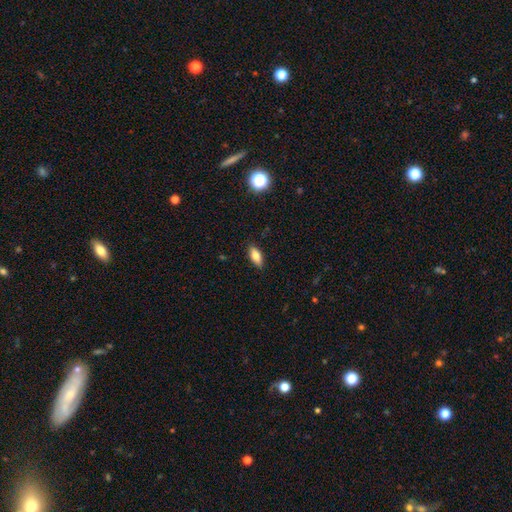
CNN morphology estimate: The model was most divided on "smooth or featured": smooth: 74%, featured or disk: 18%, star or artifact: 8%. More confident: merging — none (88%); how rounded — in between (78%).